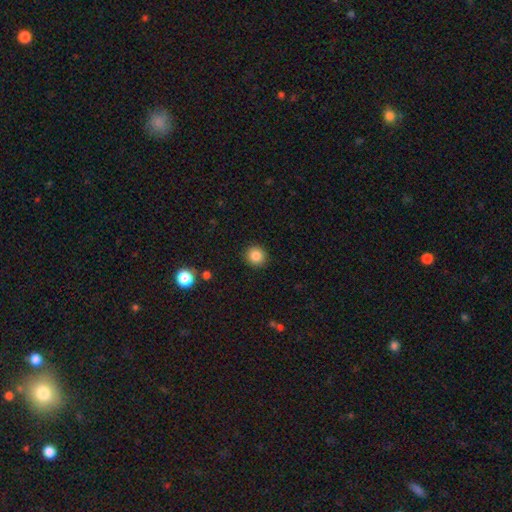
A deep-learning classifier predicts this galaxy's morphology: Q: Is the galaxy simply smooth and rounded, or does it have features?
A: smooth — 85%.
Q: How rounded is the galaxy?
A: round — 91%.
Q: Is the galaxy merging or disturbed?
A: none — 91%.